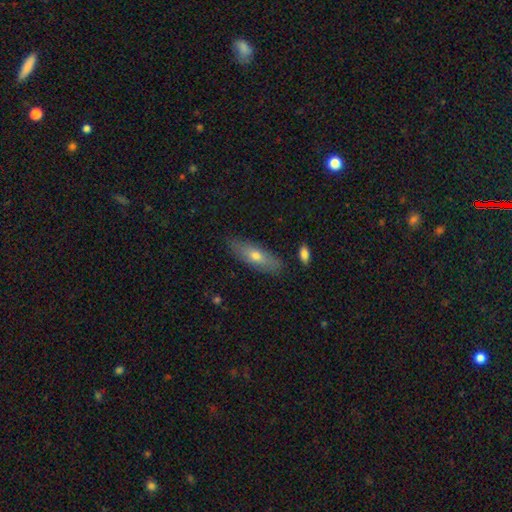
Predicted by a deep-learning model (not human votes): Smooth or featured? Predicted: smooth (p=0.56). How rounded? Predicted: cigar-shaped (p=0.50). Merging? Predicted: none (p=0.85).